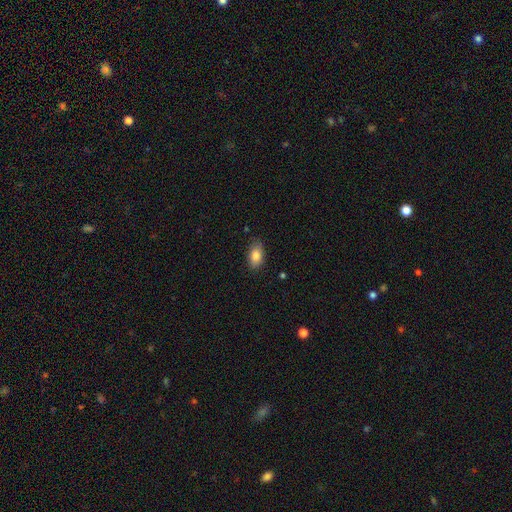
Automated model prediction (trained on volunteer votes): A smooth galaxy with no disk features (84%) that is in between round and cigar-shaped (91%). Merging: none (79%).